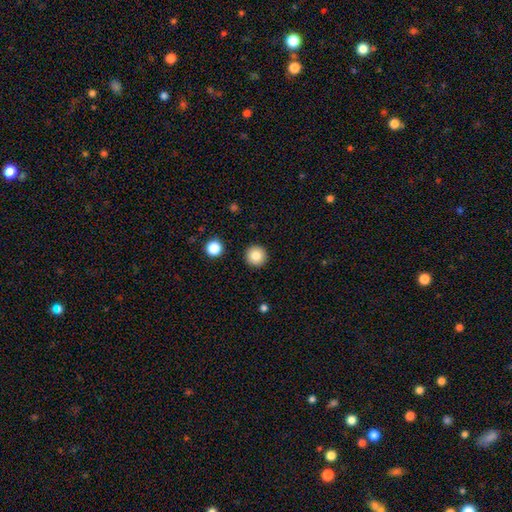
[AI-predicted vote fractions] Smooth or featured?
  - smooth: 84% *
  - star or artifact: 10%
  - featured or disk: 6%
How rounded?
  - round: 96% *
  - in between: 3%
  - cigar-shaped: 1%
Merging?
  - none: 93% *
  - minor disturbance: 4%
  - major disturbance: 2%
  - merger: 1%